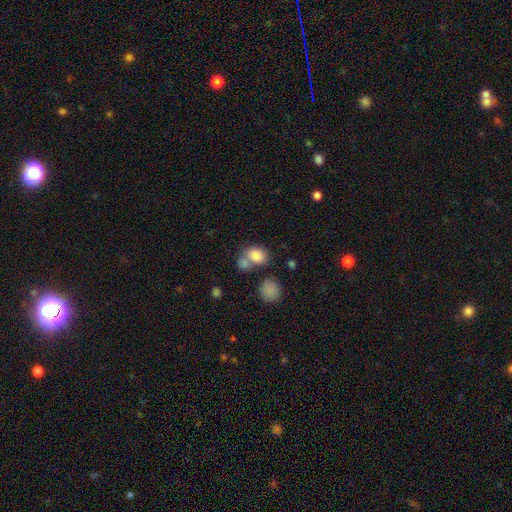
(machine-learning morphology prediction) Q: Smooth or featured?
A: smooth (81%); runner-up: featured or disk (9%)
Q: How rounded?
A: in between (59%); runner-up: round (39%)
Q: Merging?
A: merger (46%); runner-up: none (37%)